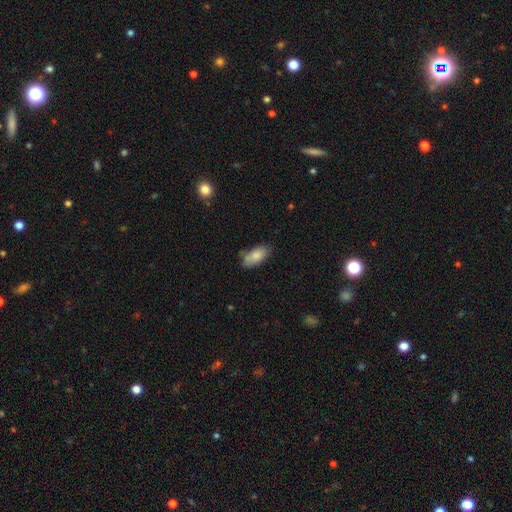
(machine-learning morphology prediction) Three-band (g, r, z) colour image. It shows a smooth galaxy with no disk features (84%) that is in between round and cigar-shaped (91%). Merging: none (70%).